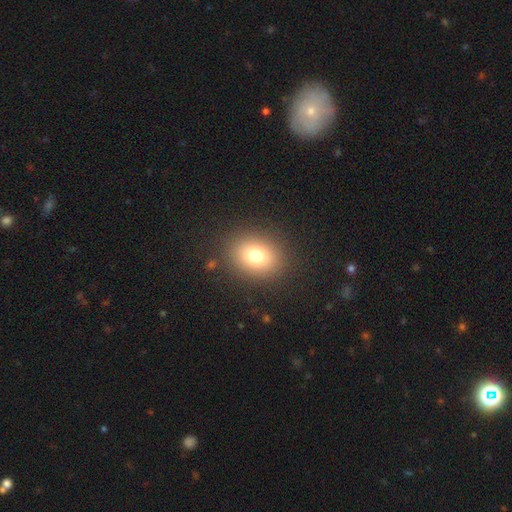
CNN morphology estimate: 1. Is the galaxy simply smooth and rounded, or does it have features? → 76% smooth, 13% star or artifact, 10% featured or disk.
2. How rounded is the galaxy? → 51% round, 48% in between, 1% cigar-shaped.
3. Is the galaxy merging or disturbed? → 87% none, 8% minor disturbance, 4% major disturbance, 1% merger.